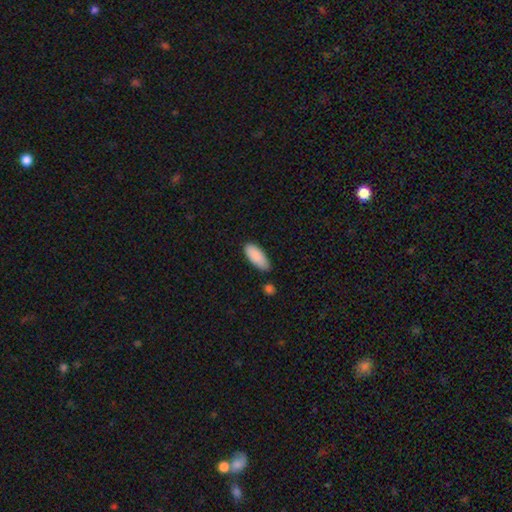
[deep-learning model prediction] smooth-or-featured: smooth: 89% | star or artifact: 6% | featured or disk: 5%
  how-rounded: in between: 83% | cigar-shaped: 15% | round: 2%
  merging: none: 75% | minor disturbance: 18% | merger: 4% | major disturbance: 3%